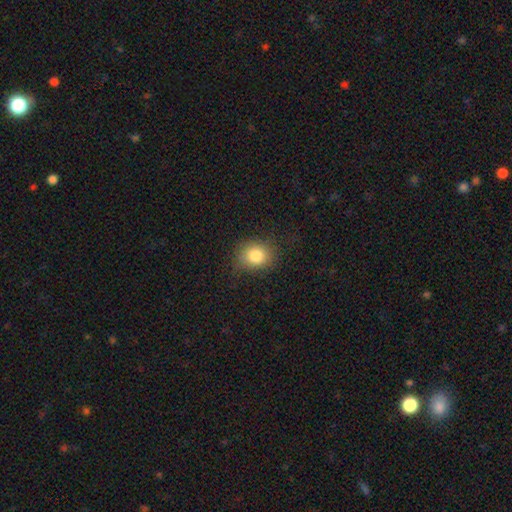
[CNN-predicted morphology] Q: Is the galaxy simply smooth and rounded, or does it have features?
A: smooth — 82%.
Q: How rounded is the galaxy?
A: round — 62%.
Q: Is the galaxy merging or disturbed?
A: none — 78%.